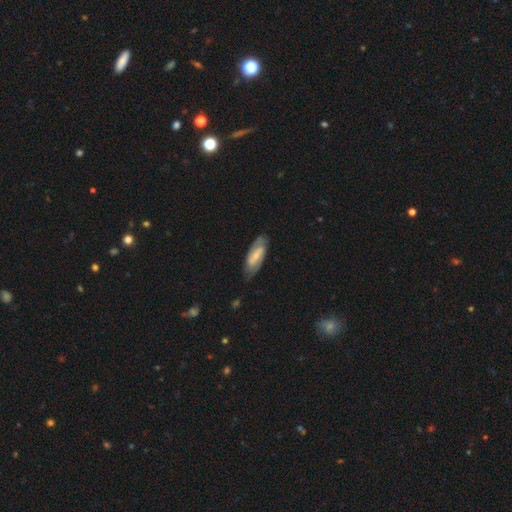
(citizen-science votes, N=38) Smooth or featured?
  - featured or disk: 63% *
  - smooth: 34%
  - star or artifact: 3%
Edge-on disk?
  - no: 88% *
  - yes: 12%
Bar?
  - strong: 38% *
  - weak: 33%
  - no: 29%
Spiral arms?
  - yes: 76% *
  - no: 24%
Spiral winding?
  - medium: 56% *
  - tight: 31%
  - loose: 12%
Spiral arm count?
  - 2: 88% *
  - can't tell: 12%
  - 1: 0%
  - 3: 0%
  - 4: 0%
  - more than 4: 0%
Bulge size?
  - small: 81% *
  - moderate: 19%
  - dominant: 0%
  - large: 0%
  - none: 0%
Merging?
  - none: 68% *
  - minor disturbance: 19%
  - major disturbance: 14%
  - merger: 0%